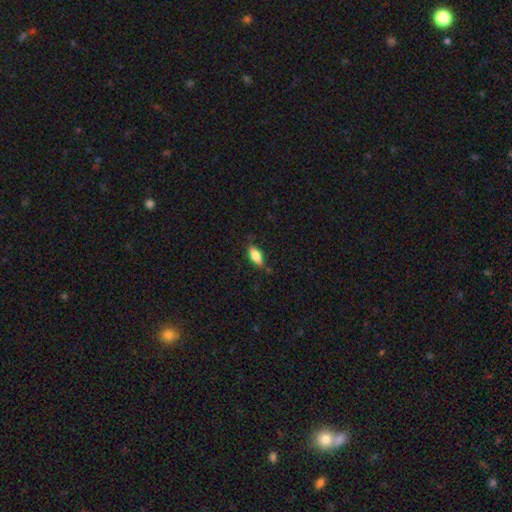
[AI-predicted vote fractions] smooth-or-featured: smooth: 83% | featured or disk: 10% | star or artifact: 7%
  how-rounded: in between: 86% | cigar-shaped: 12% | round: 3%
  merging: none: 77% | minor disturbance: 18% | major disturbance: 3% | merger: 2%